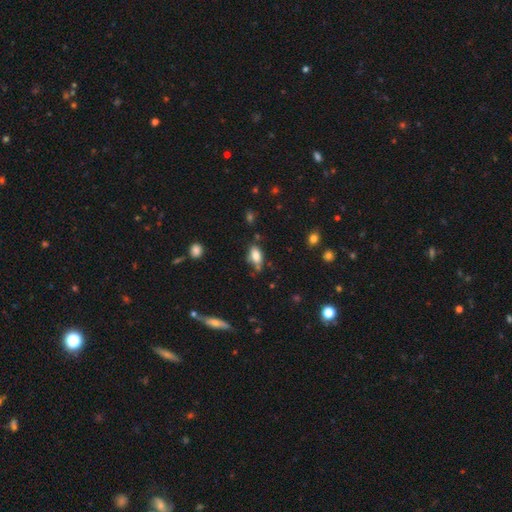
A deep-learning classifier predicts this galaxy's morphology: smooth 80%, featured or disk 11%, star or artifact 9%. Down the decision tree: how rounded — in between (88%); merging — none (62%).